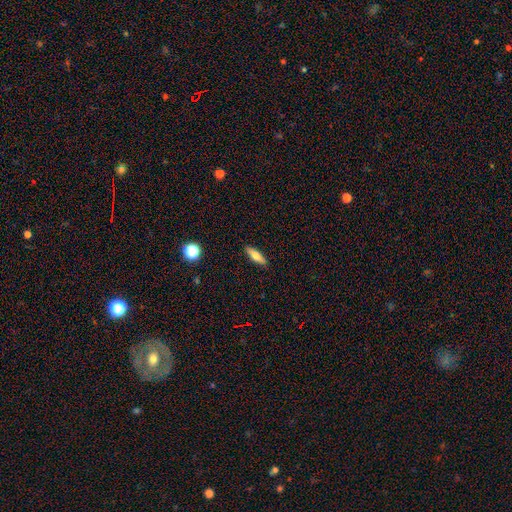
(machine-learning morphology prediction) Smooth or featured: smooth — 63% (featured or disk — 30%)
How rounded: cigar-shaped — 54% (in between — 43%)
Merging: none — 90% (minor disturbance — 8%)